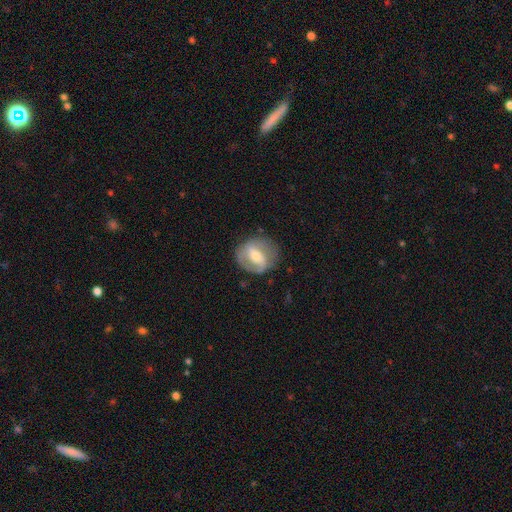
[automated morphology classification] Smooth or featured: featured or disk — 63% (smooth — 31%)
Edge-on disk: no — 95% (yes — 5%)
Bar: weak — 41% (strong — 40%)
Spiral arms: yes — 67% (no — 33%)
Bulge size: moderate — 57% (small — 32%)
Merging: none — 73% (minor disturbance — 18%)